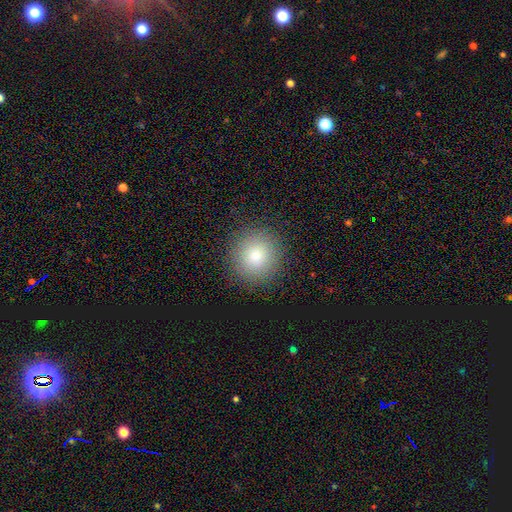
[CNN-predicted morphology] Smooth or featured? Predicted: smooth (p=0.79). How rounded? Predicted: round (p=0.92). Merging? Predicted: none (p=0.90).